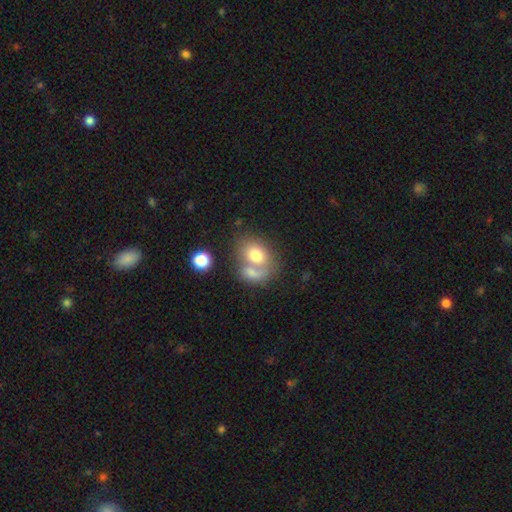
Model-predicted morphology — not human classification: Smooth or featured? Predicted: smooth (p=0.70). How rounded? Predicted: in between (p=0.56). Merging? Predicted: merger (p=0.57).